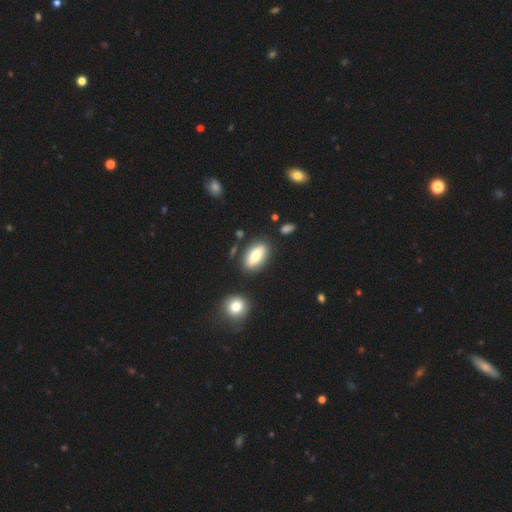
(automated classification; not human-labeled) Smooth or featured? Predicted: smooth (p=0.69). How rounded? Predicted: in between (p=0.85). Merging? Predicted: none (p=0.81).